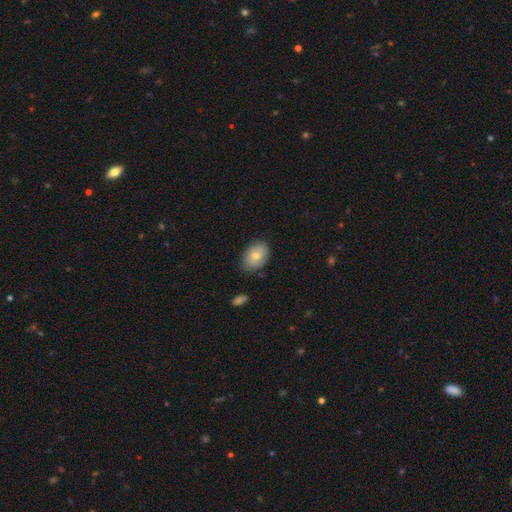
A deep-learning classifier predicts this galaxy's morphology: This is likely a smooth galaxy (69%). How rounded: likely in between (78%). Merging: likely none (80%).